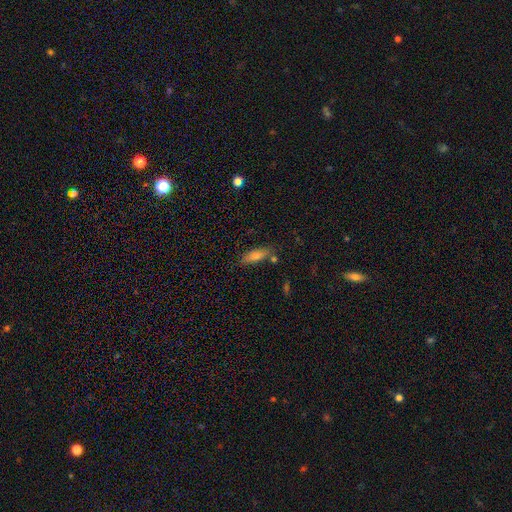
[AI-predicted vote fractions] This appears to be a smooth galaxy with no disk features (73%) that is in between round and cigar-shaped (55%). Merging: none (75%).